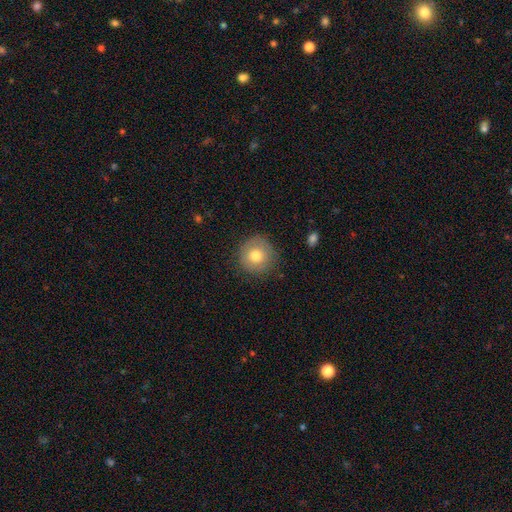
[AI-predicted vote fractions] Overall: smooth (76%). How rounded: round (94%). Merging: none (85%).